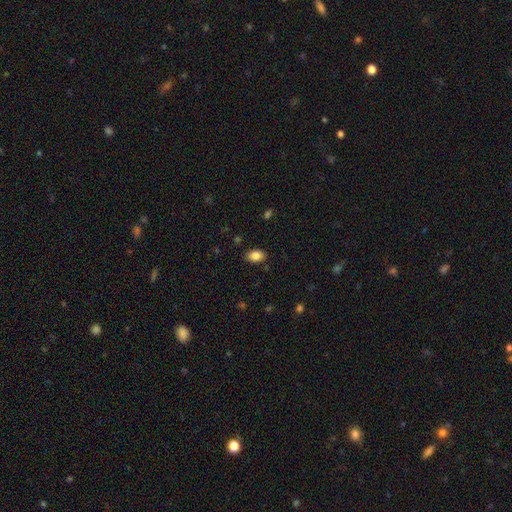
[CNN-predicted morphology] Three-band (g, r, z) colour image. It shows a smooth galaxy with no disk features (85%) that is in between round and cigar-shaped (86%). Merging: none (87%).